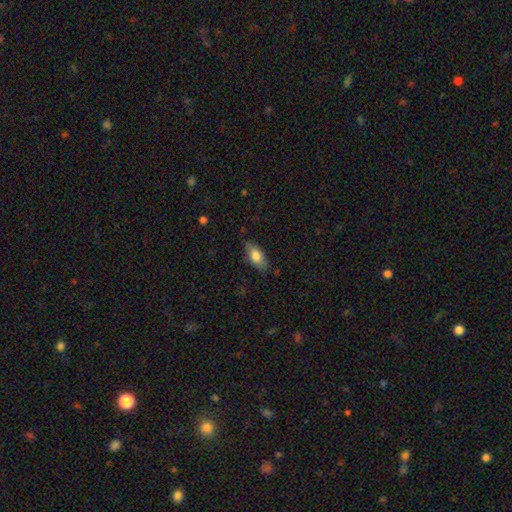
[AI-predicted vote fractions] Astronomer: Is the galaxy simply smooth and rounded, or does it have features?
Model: smooth — 78%.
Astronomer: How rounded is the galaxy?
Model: in between — 87%.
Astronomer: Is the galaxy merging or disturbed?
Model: none — 77%.